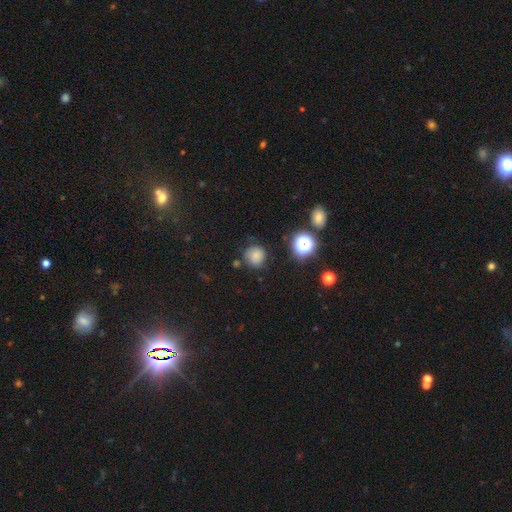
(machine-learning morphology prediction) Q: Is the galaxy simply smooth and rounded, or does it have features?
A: smooth — 74%.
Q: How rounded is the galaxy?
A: round — 88%.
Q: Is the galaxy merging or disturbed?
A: none — 74%.